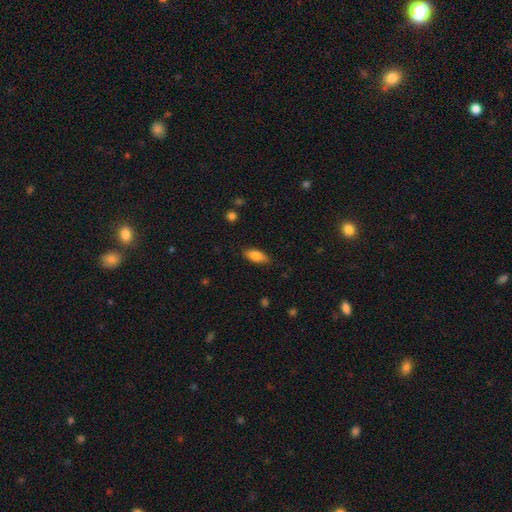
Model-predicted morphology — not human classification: A smooth galaxy with no disk features (76%) that is in between round and cigar-shaped (76%). Merging: none (83%).